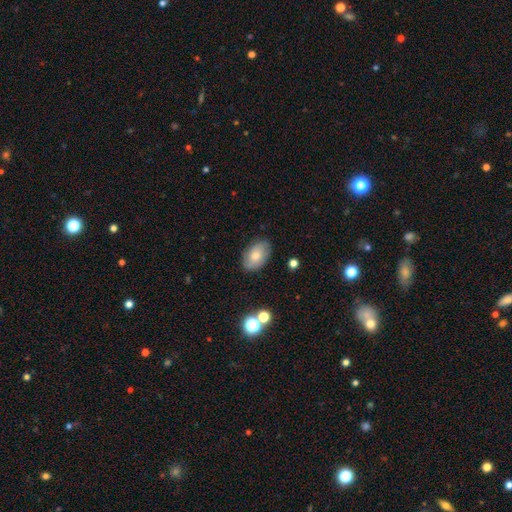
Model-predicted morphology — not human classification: type=smooth (73%); roundness=in between (91%); merging=none (83%).